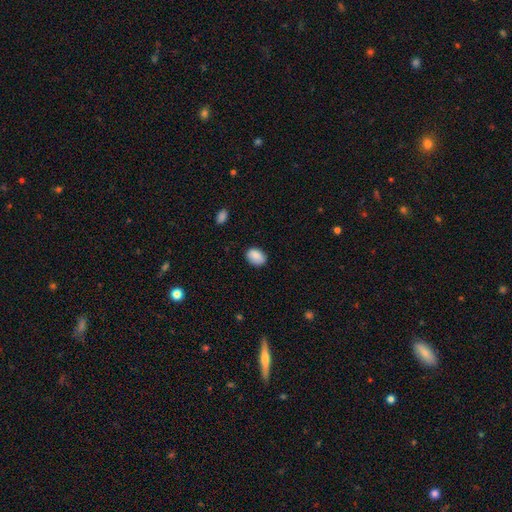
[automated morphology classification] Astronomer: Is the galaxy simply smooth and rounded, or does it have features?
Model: smooth — 88%.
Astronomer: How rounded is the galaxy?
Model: in between — 73%.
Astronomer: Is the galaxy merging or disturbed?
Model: none — 80%.